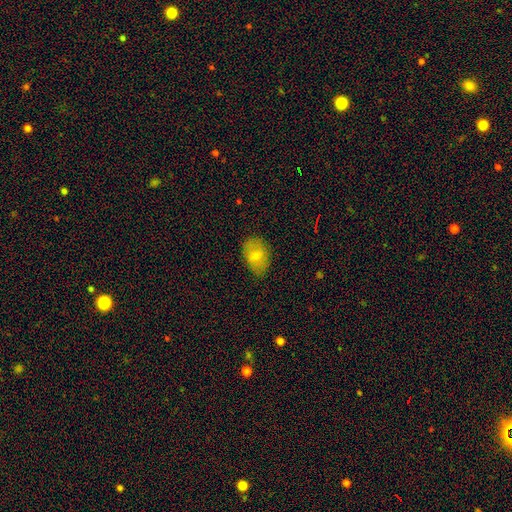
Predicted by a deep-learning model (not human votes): Overall: smooth (70%). How rounded: in between (84%). Merging: none (79%).